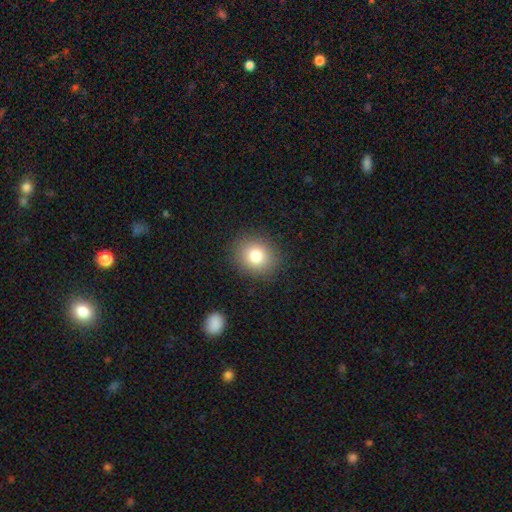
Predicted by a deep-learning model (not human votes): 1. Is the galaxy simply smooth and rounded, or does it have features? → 80% smooth, 11% star or artifact, 9% featured or disk.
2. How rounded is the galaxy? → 76% round, 23% in between, 1% cigar-shaped.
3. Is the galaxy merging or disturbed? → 89% none, 7% minor disturbance, 3% major disturbance, 1% merger.